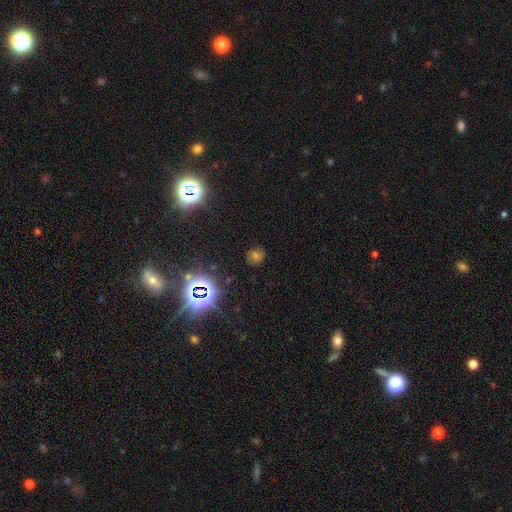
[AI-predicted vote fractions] Smooth or featured?
  - star or artifact: 52% *
  - smooth: 36%
  - featured or disk: 13%